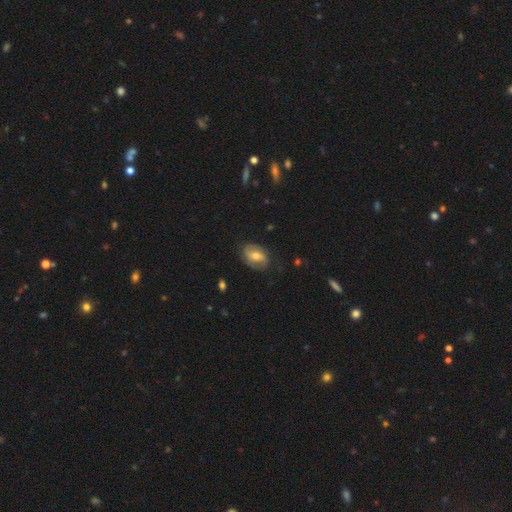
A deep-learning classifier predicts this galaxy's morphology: Smooth or featured? featured or disk (47%)
Merging? none (73%)